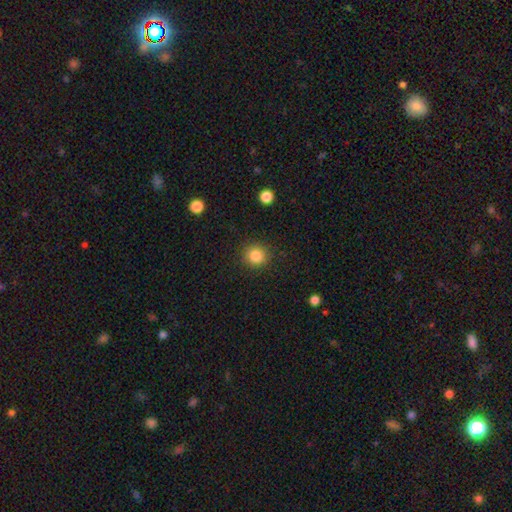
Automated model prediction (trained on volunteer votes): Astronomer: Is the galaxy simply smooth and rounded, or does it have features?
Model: smooth — 85%.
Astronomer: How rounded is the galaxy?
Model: round — 92%.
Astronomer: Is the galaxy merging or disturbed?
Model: none — 89%.